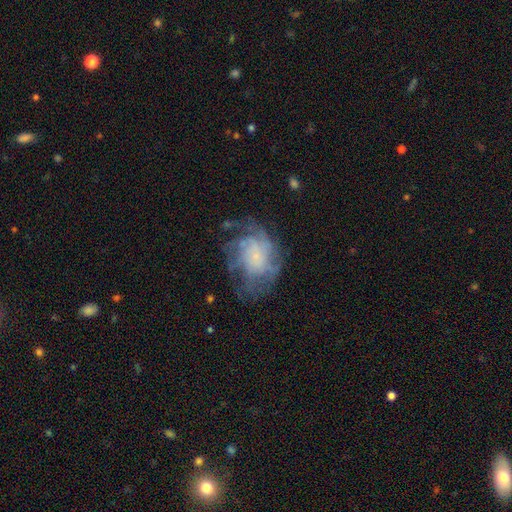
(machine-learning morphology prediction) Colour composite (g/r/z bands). It shows a featured or disk galaxy (68%) with no bar (78%), tight (44%) spiral arms (80%) and a small central bulge (47%). Merging: none (54%).